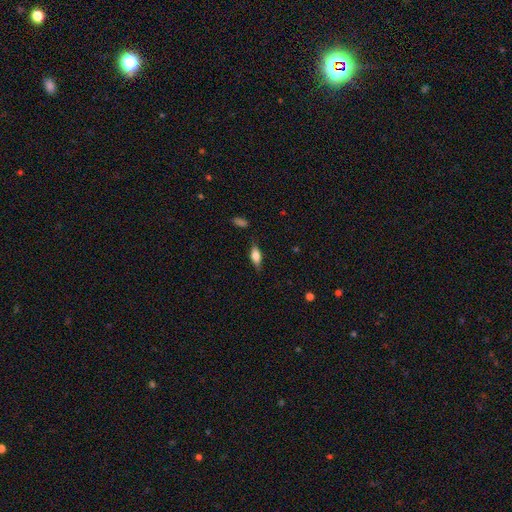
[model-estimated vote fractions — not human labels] This is likely a smooth galaxy (65%). How rounded: likely in between (77%). Merging: likely none (79%).